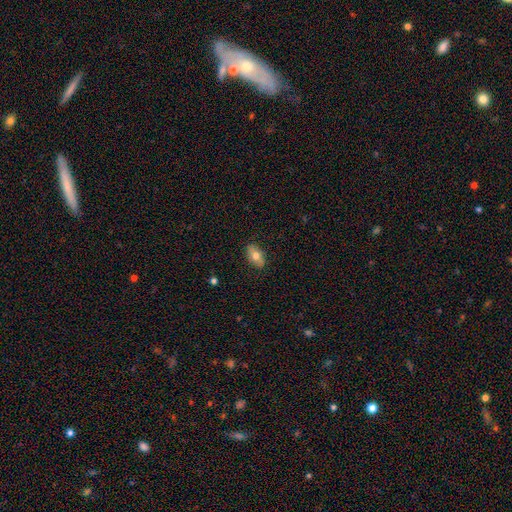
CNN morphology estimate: smooth 66%, featured or disk 26%, star or artifact 7%. Down the decision tree: how rounded — in between (89%); merging — none (86%).